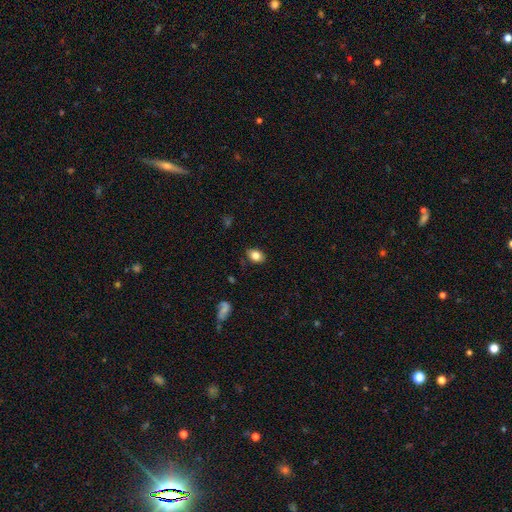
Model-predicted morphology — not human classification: The model was most divided on "how rounded": in between: 79%, round: 20%, cigar-shaped: 1%. More confident: merging — none (84%); smooth or featured — smooth (82%).